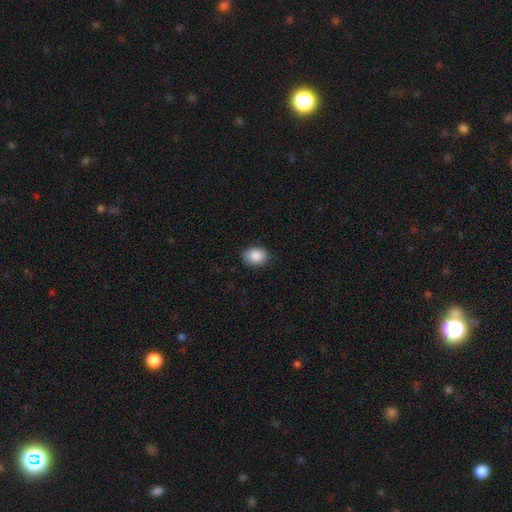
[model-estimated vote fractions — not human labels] Morphology: type=smooth (89%); roundness=in between (63%); merging=none (87%).